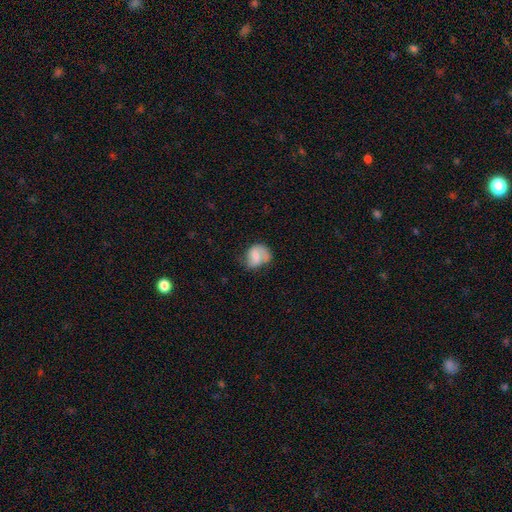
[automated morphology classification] Smooth or featured: smooth — 50% (featured or disk — 43%)
Merging: none — 46% (minor disturbance — 31%)